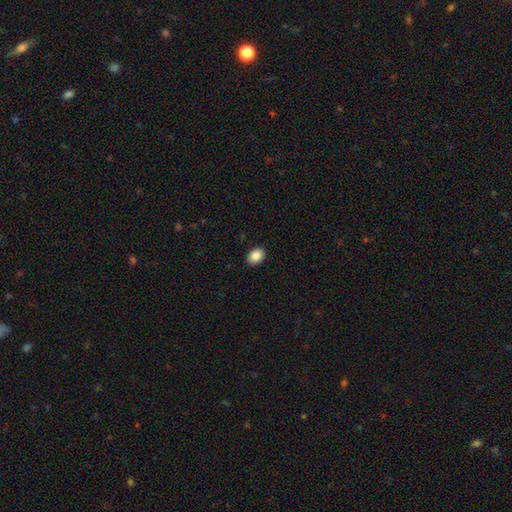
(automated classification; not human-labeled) Q: Smooth or featured?
A: smooth (88%); runner-up: star or artifact (8%)
Q: How rounded?
A: in between (72%); runner-up: round (27%)
Q: Merging?
A: none (90%); runner-up: minor disturbance (7%)